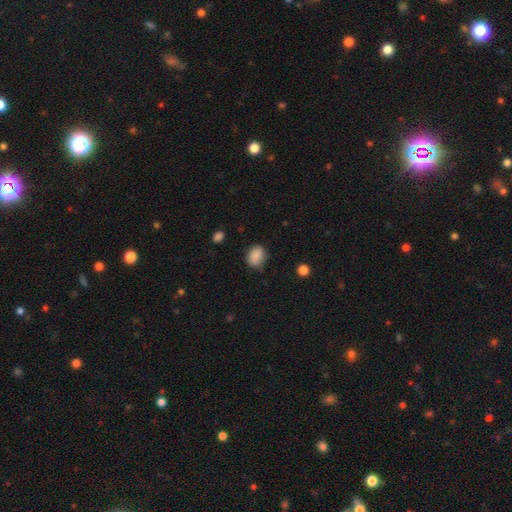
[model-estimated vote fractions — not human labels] smooth_or_featured: smooth (p=0.87) [alt: star or artifact p=0.08]
how_rounded: in between (p=0.65) [alt: round p=0.34]
merging: none (p=0.75) [alt: minor disturbance p=0.19]